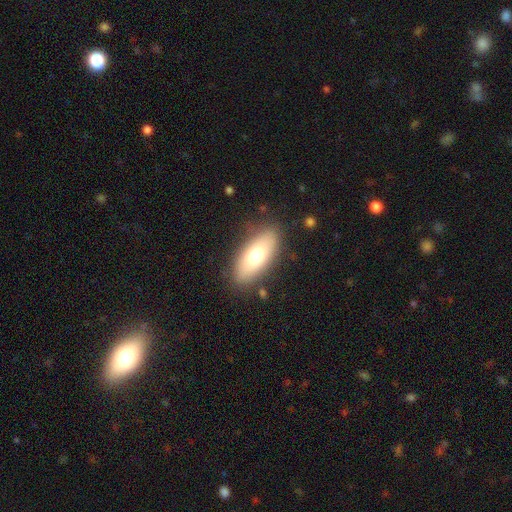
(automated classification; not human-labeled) The model was most divided on "smooth or featured": smooth: 71%, featured or disk: 22%, star or artifact: 7%. More confident: merging — none (85%); how rounded — in between (80%).